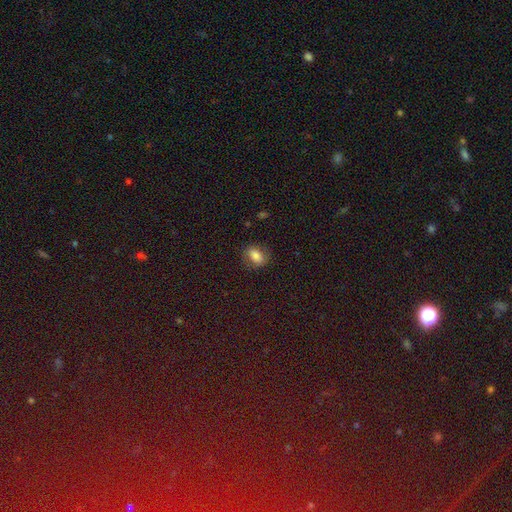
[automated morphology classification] Smooth or featured: smooth — 74% (featured or disk — 15%)
How rounded: in between — 71% (round — 27%)
Merging: none — 77% (minor disturbance — 16%)